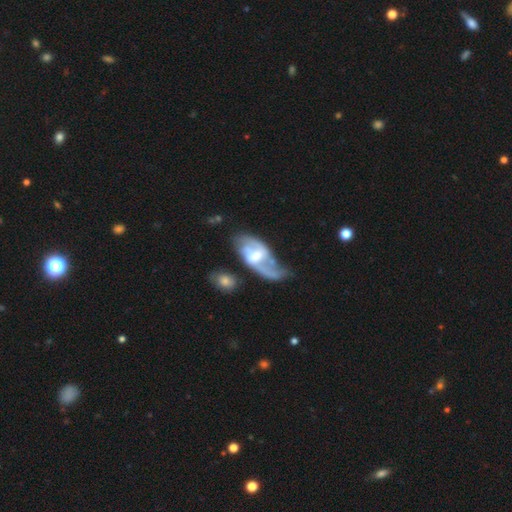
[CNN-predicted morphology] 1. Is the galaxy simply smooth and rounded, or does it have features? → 78% featured or disk, 17% smooth, 6% star or artifact.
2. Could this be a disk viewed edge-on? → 94% no, 6% yes.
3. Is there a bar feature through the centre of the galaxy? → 51% weak, 25% no, 24% strong.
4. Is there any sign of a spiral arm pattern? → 86% yes, 14% no.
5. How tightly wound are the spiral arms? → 44% loose, 40% medium, 15% tight.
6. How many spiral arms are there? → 74% 2, 12% can't tell, 10% 1, 3% 3, 1% 4, 1% more than 4.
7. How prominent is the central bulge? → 56% moderate, 30% small, 9% large, 4% none, 1% dominant.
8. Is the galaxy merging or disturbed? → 41% none, 25% minor disturbance, 23% major disturbance, 11% merger.